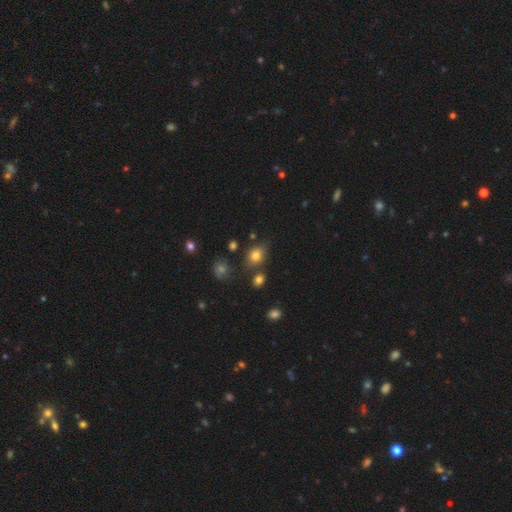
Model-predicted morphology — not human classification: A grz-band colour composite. It shows a smooth galaxy with no disk features (78%) that is in between round and cigar-shaped (57%). Merging: none (68%).